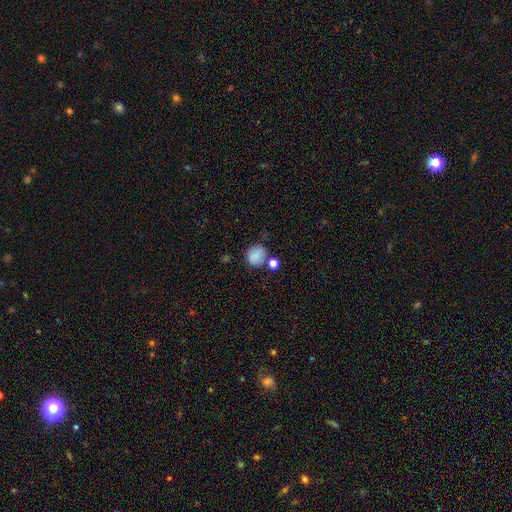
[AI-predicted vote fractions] This is clearly a smooth galaxy (85%). How rounded: clearly round (83%). Merging: likely none (69%).